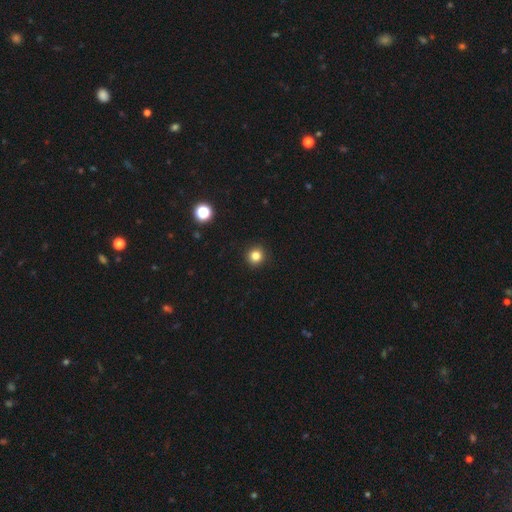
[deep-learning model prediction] smooth_or_featured: smooth (p=0.82) [alt: star or artifact p=0.13]
how_rounded: round (p=0.93) [alt: in between p=0.06]
merging: none (p=0.93) [alt: minor disturbance p=0.05]